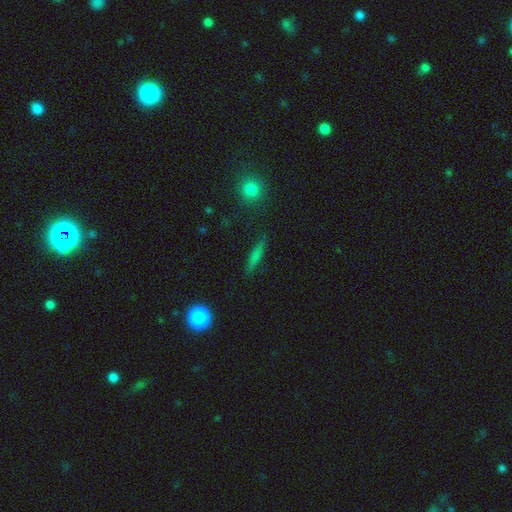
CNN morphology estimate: A smooth galaxy with no disk features (61%) that is cigar-shaped (83%). Merging: none (84%).